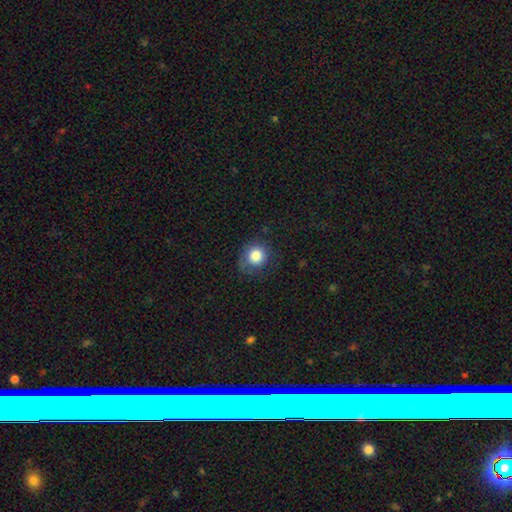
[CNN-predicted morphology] Smooth or featured?
  - smooth: 83% *
  - star or artifact: 9%
  - featured or disk: 8%
How rounded?
  - round: 88% *
  - in between: 11%
  - cigar-shaped: 1%
Merging?
  - none: 71% *
  - minor disturbance: 19%
  - major disturbance: 9%
  - merger: 1%